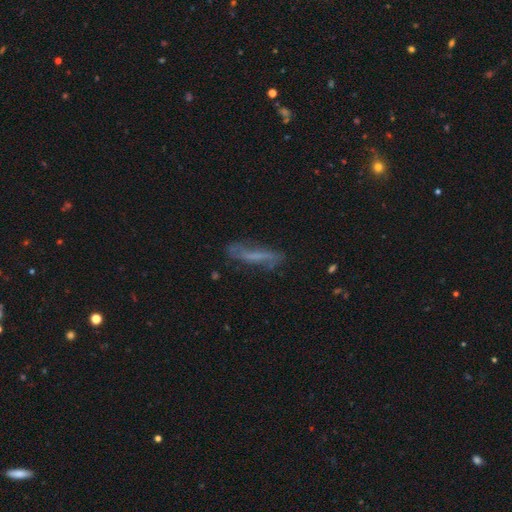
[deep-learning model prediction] Smooth or featured? Predicted: featured or disk (p=0.50). Merging? Predicted: none (p=0.65).